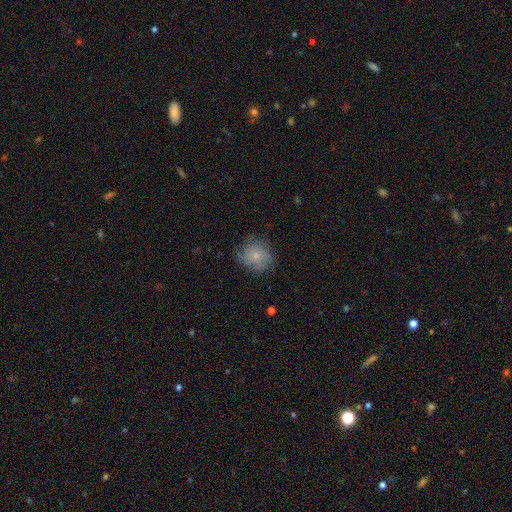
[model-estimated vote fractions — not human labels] Overall: smooth (71%). How rounded: round (83%). Merging: none (75%).